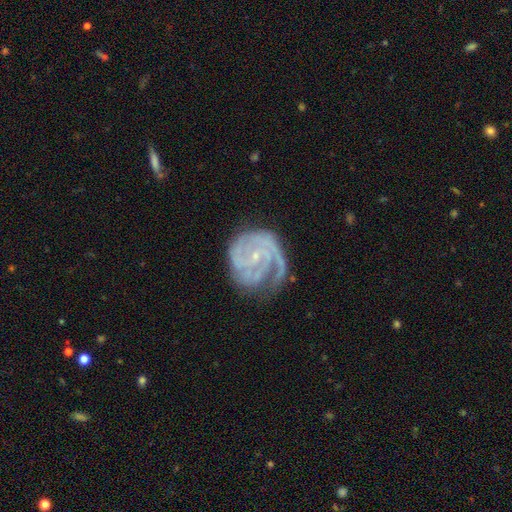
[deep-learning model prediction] Morphology: type=featured or disk (86%); edge-on=no (98%); bar=no (63%); spiral arms=yes (96%); winding=tight (66%); arm count=3 (32%); bulge=small (82%); merging=none (58%).